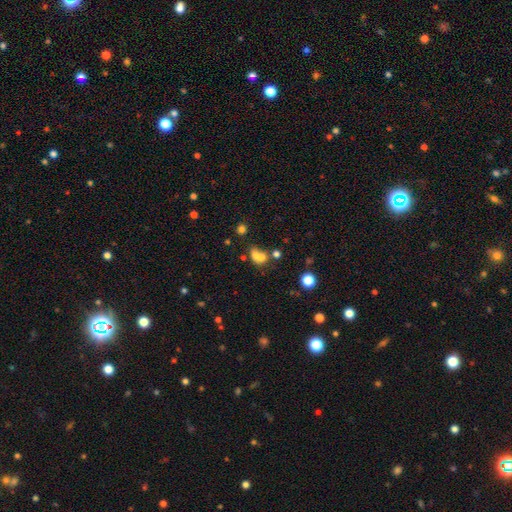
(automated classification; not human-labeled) Q: Smooth or featured?
A: smooth (66%); runner-up: featured or disk (18%)
Q: How rounded?
A: in between (50%); runner-up: round (48%)
Q: Merging?
A: merger (57%); runner-up: none (25%)